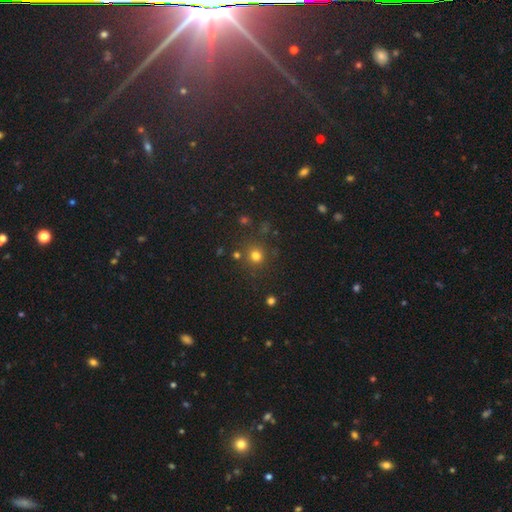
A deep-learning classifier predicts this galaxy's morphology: This is likely a smooth galaxy (75%). How rounded: clearly round (91%). Merging: clearly none (81%).